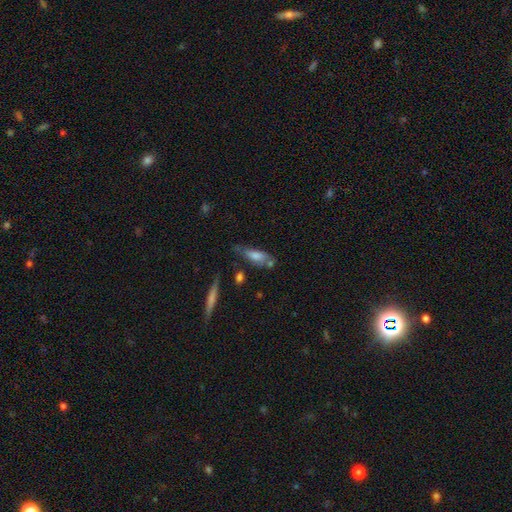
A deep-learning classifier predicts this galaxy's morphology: This is likely a smooth galaxy (65%). How rounded: possibly in between (55%). Merging: possibly none (49%).